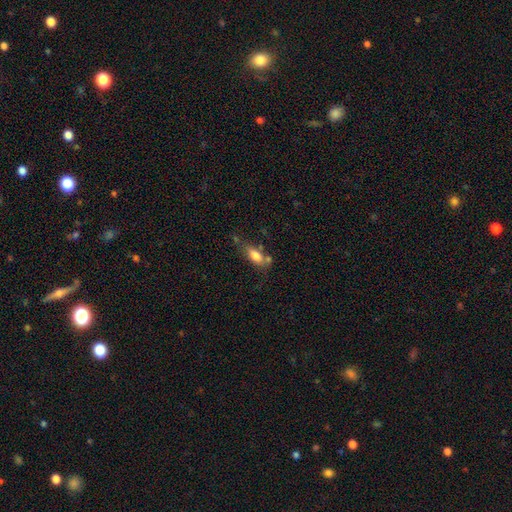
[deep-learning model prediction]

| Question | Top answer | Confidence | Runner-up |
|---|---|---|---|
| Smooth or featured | smooth | 77% | featured or disk (15%) |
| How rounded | in between | 79% | cigar-shaped (18%) |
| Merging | none | 51% | minor disturbance (23%) |